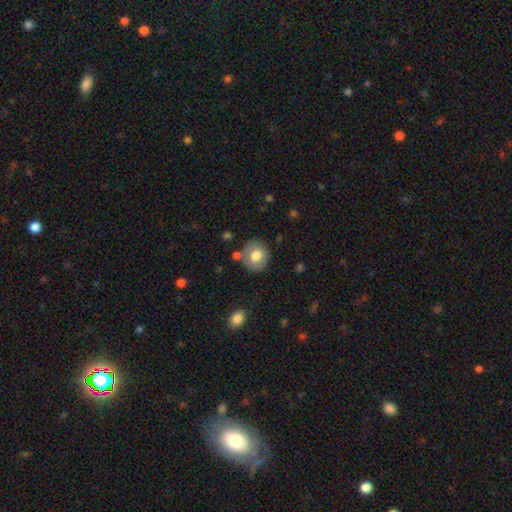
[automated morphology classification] Smooth or featured? smooth (72%)
How rounded? round (79%)
Merging? none (79%)